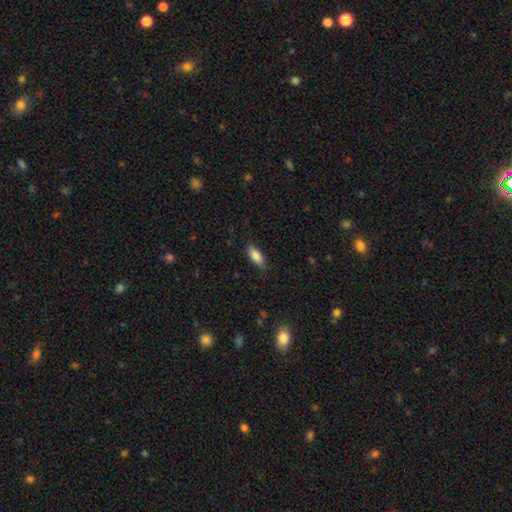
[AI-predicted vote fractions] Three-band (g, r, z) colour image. It shows a smooth galaxy with no disk features (85%) that is in between round and cigar-shaped (80%). Merging: none (81%).